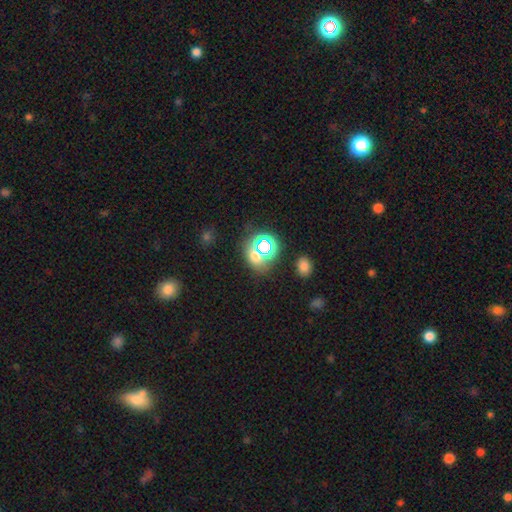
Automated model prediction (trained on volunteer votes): This is possibly a star or artifact rather than a galaxy (55%).